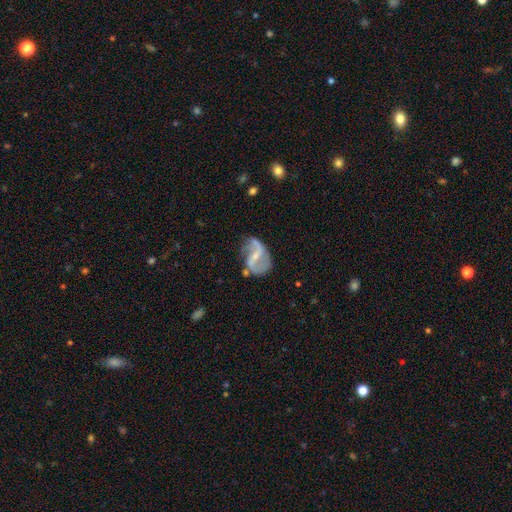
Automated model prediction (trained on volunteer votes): The model was most divided on "bar": weak: 44%, strong: 33%, no: 24%. More confident: edge-on disk — no (98%); spiral arms — yes (94%); spiral arm count — 2 (89%); smooth or featured — featured or disk (86%); bulge size — small (65%); spiral winding — loose (61%); merging — none (60%).